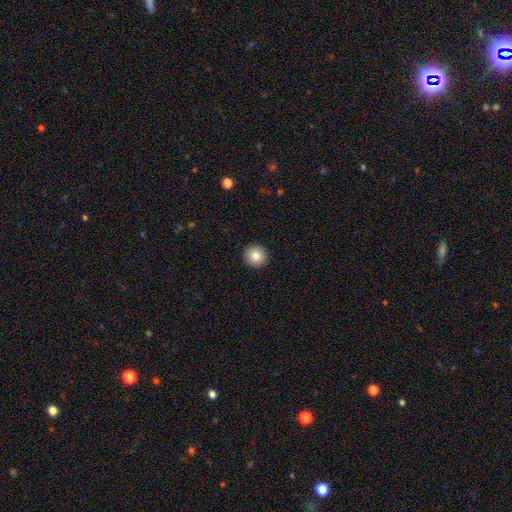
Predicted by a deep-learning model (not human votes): Smooth or featured? smooth (84%)
How rounded? round (95%)
Merging? none (93%)